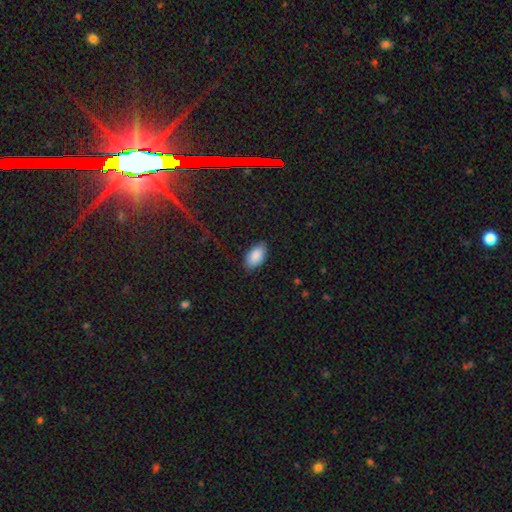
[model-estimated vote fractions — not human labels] A smooth galaxy with no disk features (89%) that is in between round and cigar-shaped (95%).

Vote fractions:
- Smooth or featured? smooth: 89% / star or artifact: 6% / featured or disk: 5%
- How rounded? in between: 95% / round: 3% / cigar-shaped: 2%
- Merging? none: 85% / minor disturbance: 12% / major disturbance: 2% / merger: 1%